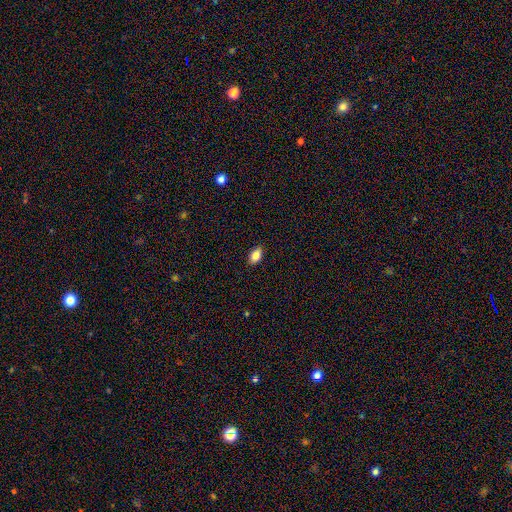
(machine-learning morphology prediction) The model was most divided on "smooth or featured": smooth: 85%, star or artifact: 8%, featured or disk: 7%. More confident: how rounded — in between (90%); merging — none (88%).